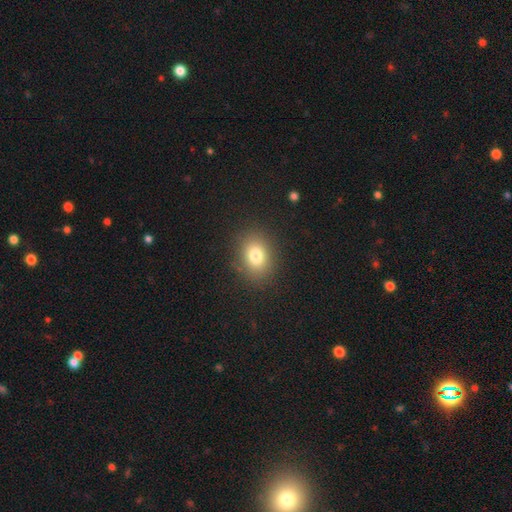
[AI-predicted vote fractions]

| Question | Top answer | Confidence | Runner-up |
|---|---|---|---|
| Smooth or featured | smooth | 79% | star or artifact (12%) |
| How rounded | in between | 54% | round (45%) |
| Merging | none | 87% | minor disturbance (9%) |